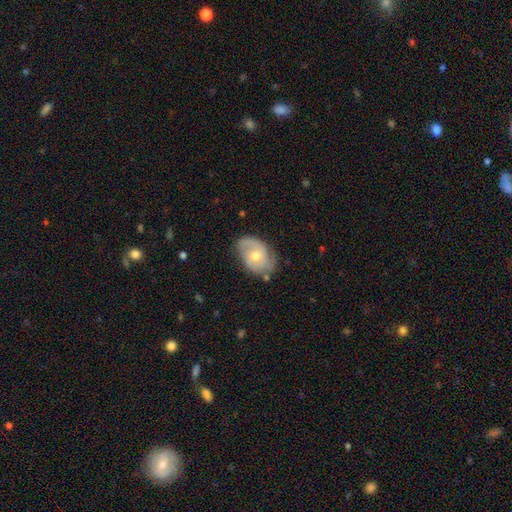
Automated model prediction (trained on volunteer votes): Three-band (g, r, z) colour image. It shows a featured or disk galaxy (68%) with no bar (65%), 2 (70%) medium (42%) spiral arms (86%) and a moderate central bulge (60%). Merging: none (67%).